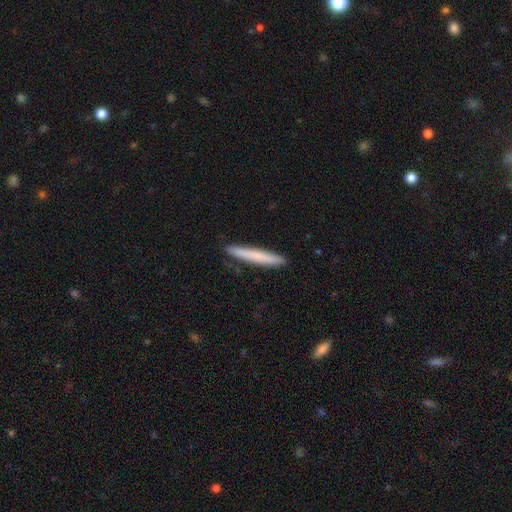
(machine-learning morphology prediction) Q: Smooth or featured?
A: smooth (73%); runner-up: featured or disk (22%)
Q: How rounded?
A: cigar-shaped (97%); runner-up: in between (2%)
Q: Merging?
A: none (90%); runner-up: minor disturbance (7%)